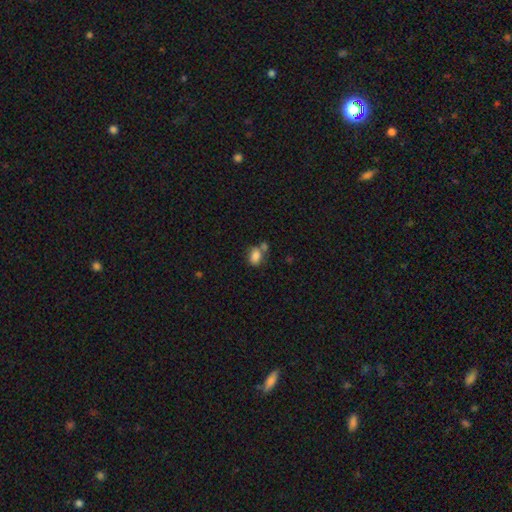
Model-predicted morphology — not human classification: Q: Smooth or featured?
A: smooth (82%); runner-up: star or artifact (10%)
Q: How rounded?
A: in between (72%); runner-up: round (27%)
Q: Merging?
A: none (48%); runner-up: merger (31%)